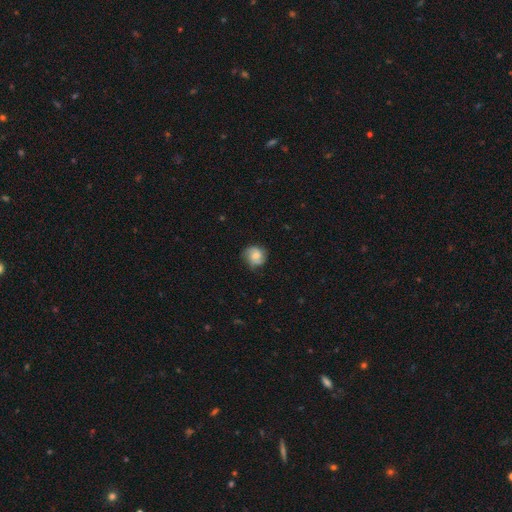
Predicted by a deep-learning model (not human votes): Morphology: type=smooth (52%); roundness=round (84%); merging=none (74%).